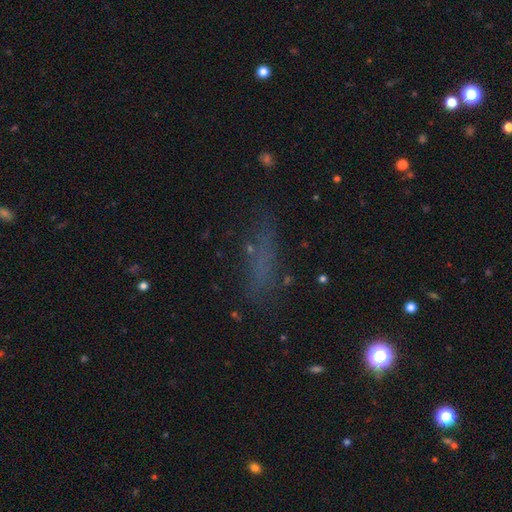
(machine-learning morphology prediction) This appears to be a smooth galaxy with no disk features (47%). Merging: none (69%).